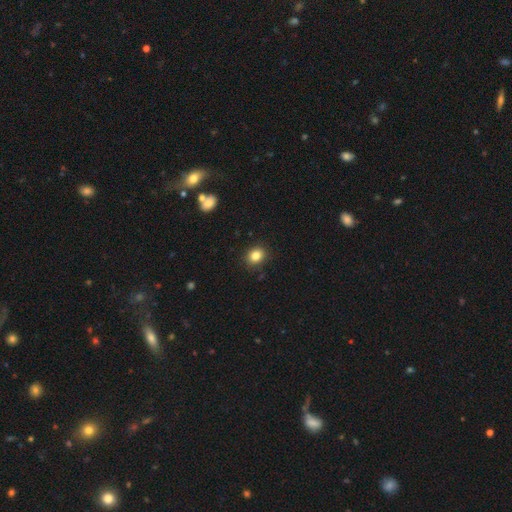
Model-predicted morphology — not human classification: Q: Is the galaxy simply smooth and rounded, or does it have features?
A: smooth — 84%.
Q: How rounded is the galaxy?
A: round — 65%.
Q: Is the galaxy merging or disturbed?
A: none — 89%.